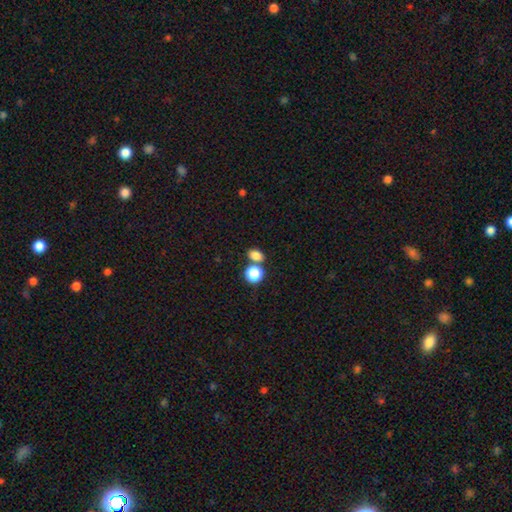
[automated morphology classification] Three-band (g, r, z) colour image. It shows a smooth galaxy with no disk features (83%) that is in between round and cigar-shaped (59%). Merging: none (60%).